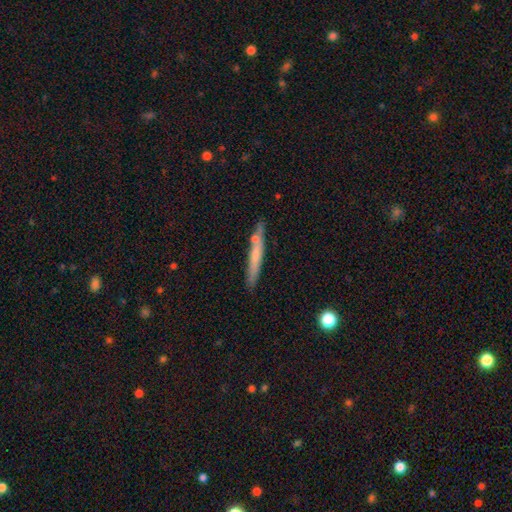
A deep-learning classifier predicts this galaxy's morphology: smooth 57%, featured or disk 37%, star or artifact 6%. Down the decision tree: how rounded — cigar-shaped (95%); merging — none (77%).